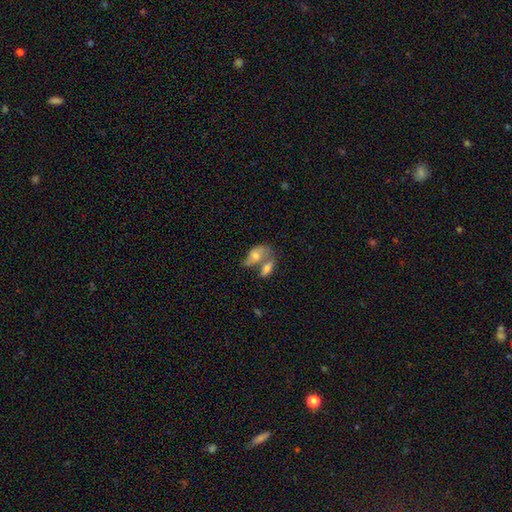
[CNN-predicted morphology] Smooth or featured: smooth — 55% (featured or disk — 36%)
How rounded: in between — 84% (round — 10%)
Merging: merger — 58% (none — 22%)